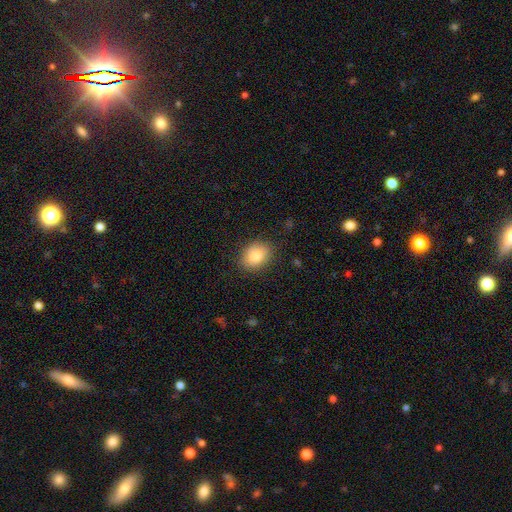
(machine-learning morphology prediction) Q: Smooth or featured?
A: smooth (86%); runner-up: star or artifact (8%)
Q: How rounded?
A: in between (69%); runner-up: round (30%)
Q: Merging?
A: none (84%); runner-up: minor disturbance (12%)